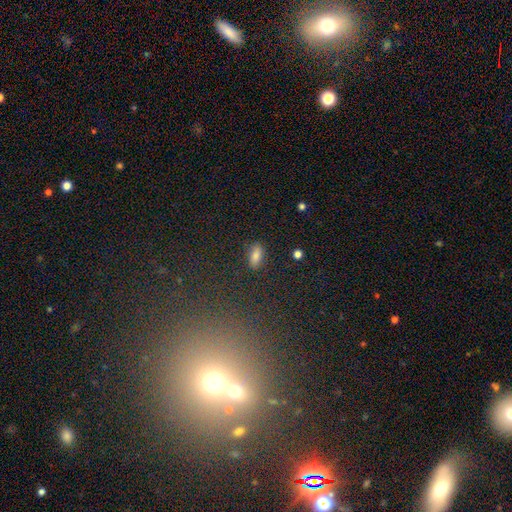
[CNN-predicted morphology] smooth 77%, star or artifact 14%, featured or disk 9%. Down the decision tree: how rounded — in between (84%); merging — none (86%).